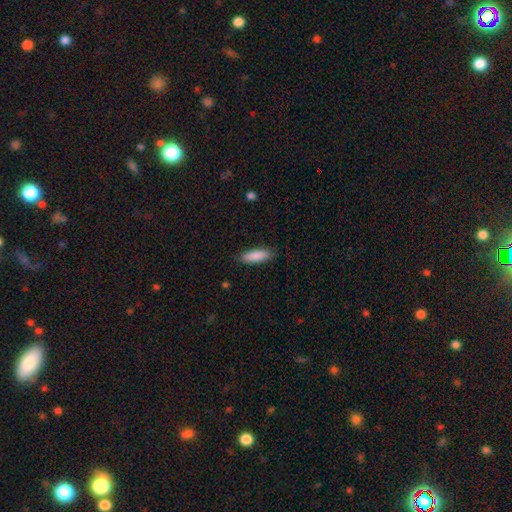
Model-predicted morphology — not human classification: smooth-or-featured: smooth: 88% | featured or disk: 6% | star or artifact: 6%
  how-rounded: cigar-shaped: 50% | in between: 49% | round: 2%
  merging: none: 88% | minor disturbance: 9% | major disturbance: 2% | merger: 1%